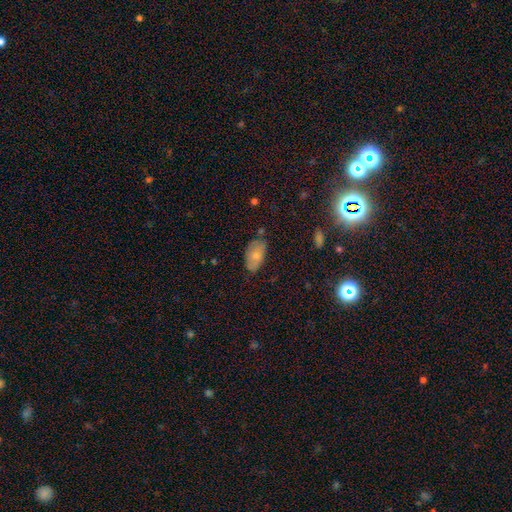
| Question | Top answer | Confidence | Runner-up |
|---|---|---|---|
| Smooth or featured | smooth | 74% | featured or disk (15%) |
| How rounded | in between | 93% | round (3%) |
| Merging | none | 71% | minor disturbance (26%) |